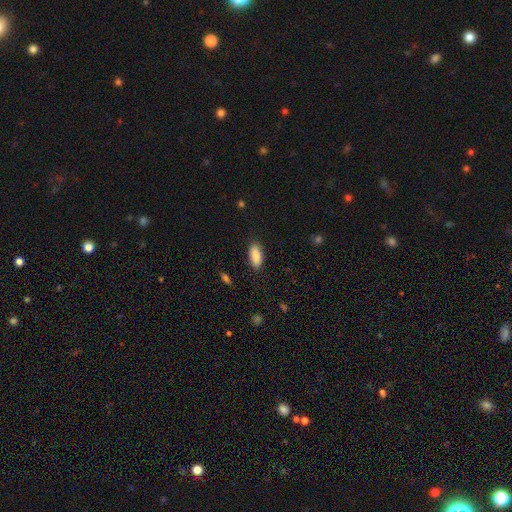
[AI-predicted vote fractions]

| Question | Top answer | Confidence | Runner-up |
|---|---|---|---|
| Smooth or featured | smooth | 88% | star or artifact (6%) |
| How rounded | in between | 84% | cigar-shaped (14%) |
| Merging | none | 87% | minor disturbance (10%) |